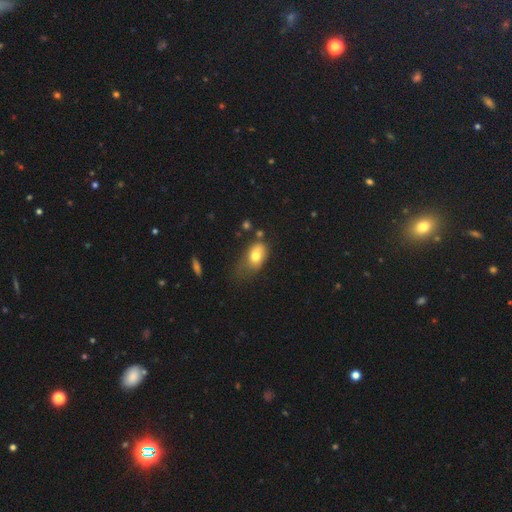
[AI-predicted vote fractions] Smooth or featured? Predicted: smooth (p=0.75). How rounded? Predicted: in between (p=0.84). Merging? Predicted: minor disturbance (p=0.37).